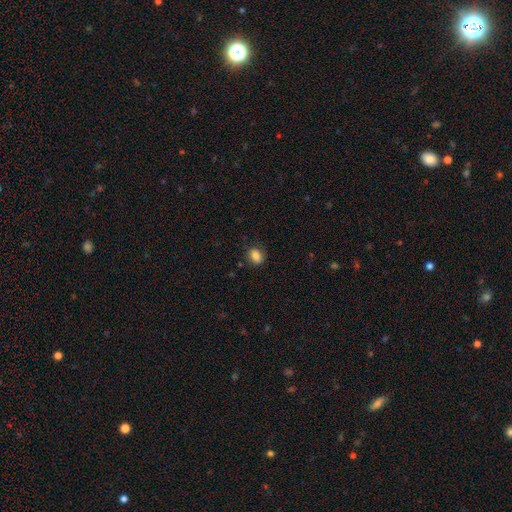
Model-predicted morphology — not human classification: This appears to be a smooth galaxy with no disk features (84%) that is in between round and cigar-shaped (71%). Merging: none (77%).